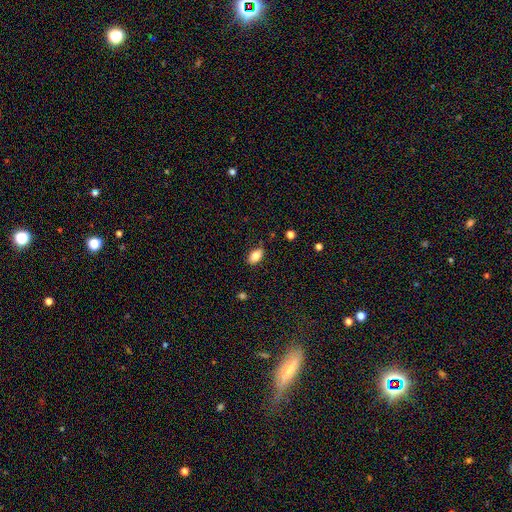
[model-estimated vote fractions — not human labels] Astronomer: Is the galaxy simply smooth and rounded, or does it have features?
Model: smooth — 83%.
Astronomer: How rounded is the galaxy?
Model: in between — 91%.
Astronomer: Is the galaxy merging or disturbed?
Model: none — 82%.